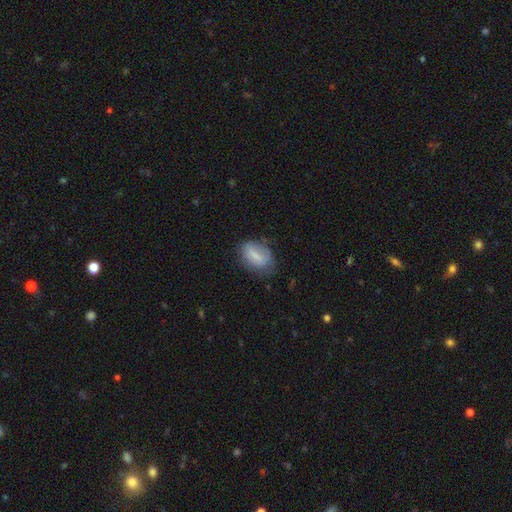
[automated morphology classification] type=smooth (69%); roundness=in between (85%); merging=none (56%).